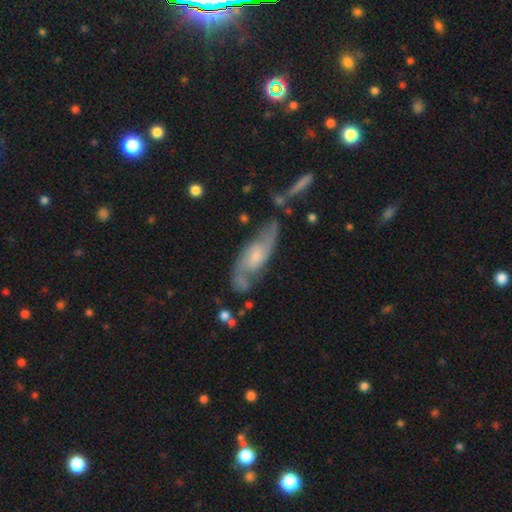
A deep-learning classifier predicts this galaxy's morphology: Q: Smooth or featured?
A: featured or disk (79%); runner-up: smooth (16%)
Q: Edge-on disk?
A: no (89%); runner-up: yes (11%)
Q: Bar?
A: no (57%); runner-up: weak (35%)
Q: Spiral arms?
A: yes (94%); runner-up: no (6%)
Q: Spiral winding?
A: medium (42%); runner-up: loose (41%)
Q: Spiral arm count?
A: 2 (86%); runner-up: can't tell (7%)
Q: Bulge size?
A: small (51%); runner-up: moderate (38%)
Q: Merging?
A: none (64%); runner-up: minor disturbance (20%)